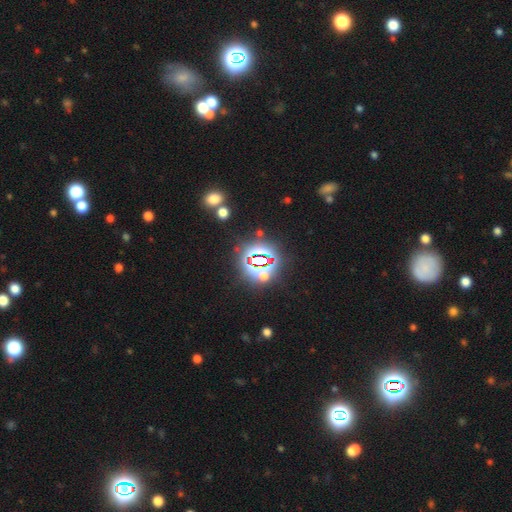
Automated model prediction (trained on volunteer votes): Smooth or featured: star or artifact — 78% (smooth — 14%)